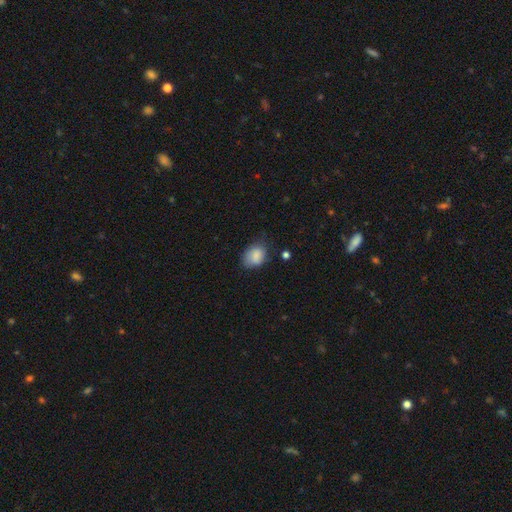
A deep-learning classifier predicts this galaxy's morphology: smooth_or_featured: smooth (p=0.85) [alt: star or artifact p=0.08]
how_rounded: in between (p=0.70) [alt: round p=0.29]
merging: none (p=0.62) [alt: minor disturbance p=0.28]